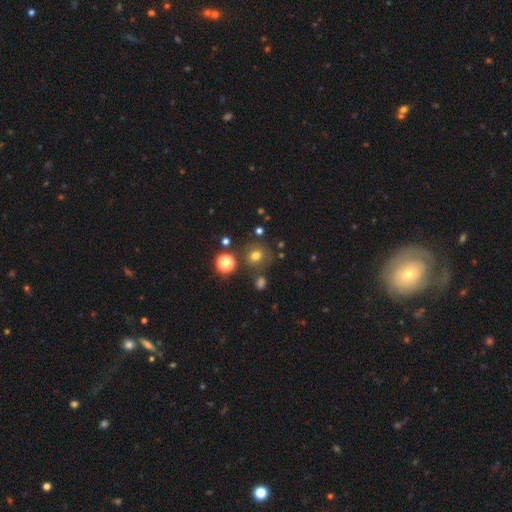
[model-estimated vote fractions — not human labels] Smooth or featured: smooth — 69% (star or artifact — 21%)
How rounded: round — 84% (in between — 15%)
Merging: none — 76% (minor disturbance — 11%)